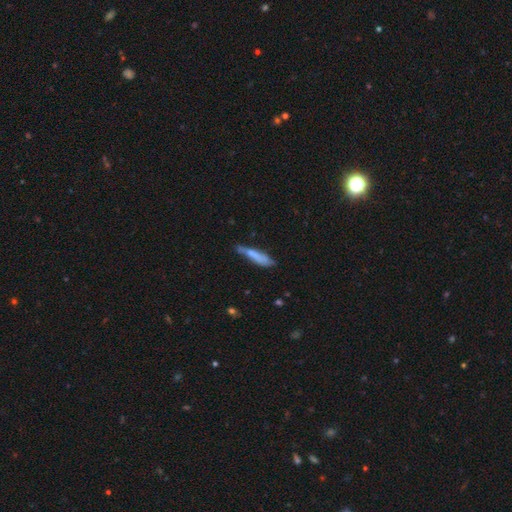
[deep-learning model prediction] Q: Smooth or featured?
A: smooth (67%); runner-up: featured or disk (26%)
Q: How rounded?
A: cigar-shaped (85%); runner-up: in between (14%)
Q: Merging?
A: none (53%); runner-up: minor disturbance (31%)